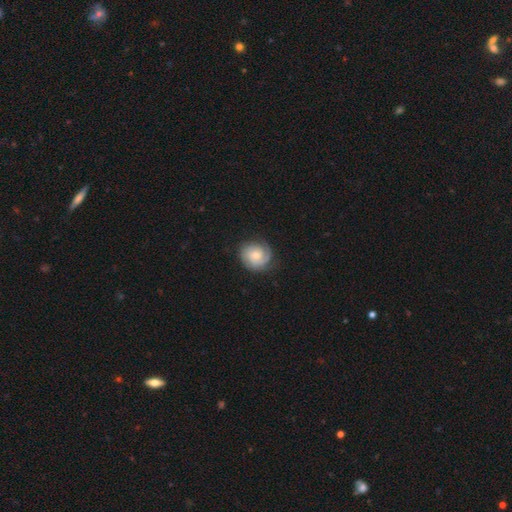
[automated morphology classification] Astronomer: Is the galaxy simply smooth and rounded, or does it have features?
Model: featured or disk — 71%.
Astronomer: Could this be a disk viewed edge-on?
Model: no — 98%.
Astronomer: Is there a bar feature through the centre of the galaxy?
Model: no — 72%.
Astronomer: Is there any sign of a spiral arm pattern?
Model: yes — 95%.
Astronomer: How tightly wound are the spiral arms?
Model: tight — 68%.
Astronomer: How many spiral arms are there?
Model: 2 — 35% (runner-up: can't tell, 23%).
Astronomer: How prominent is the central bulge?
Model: small — 47% (runner-up: moderate, 45%).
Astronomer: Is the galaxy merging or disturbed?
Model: none — 78%.